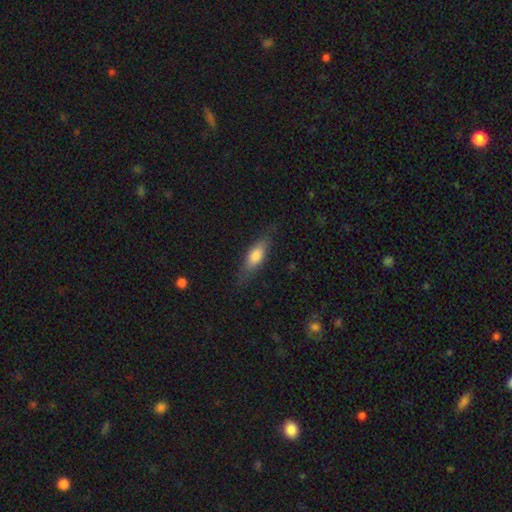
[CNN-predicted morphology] smooth 70%, featured or disk 23%, star or artifact 6%. Down the decision tree: how rounded — in between (59%); merging — none (77%).